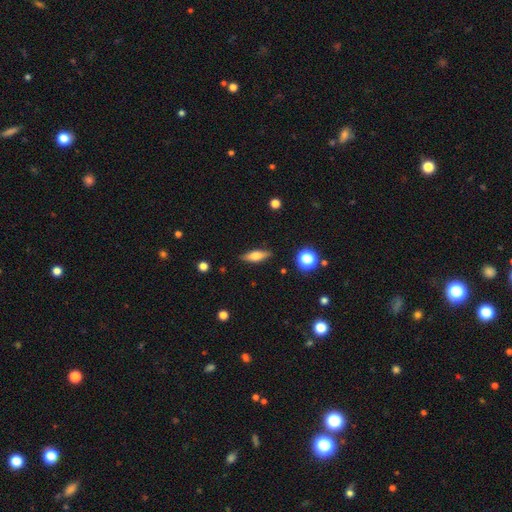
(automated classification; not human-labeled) Smooth or featured? Predicted: smooth (p=0.54). How rounded? Predicted: in between (p=0.51). Merging? Predicted: none (p=0.86).